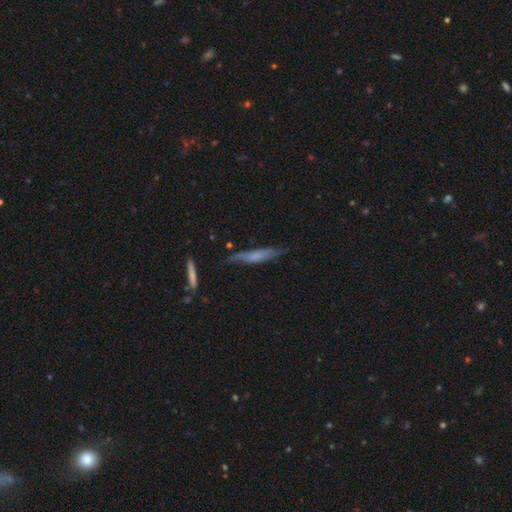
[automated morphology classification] A featured or disk galaxy (47%).

Vote fractions:
- Smooth or featured? featured or disk: 47% / smooth: 46% / star or artifact: 8%
- Merging? none: 63% / minor disturbance: 25% / major disturbance: 8% / merger: 5%